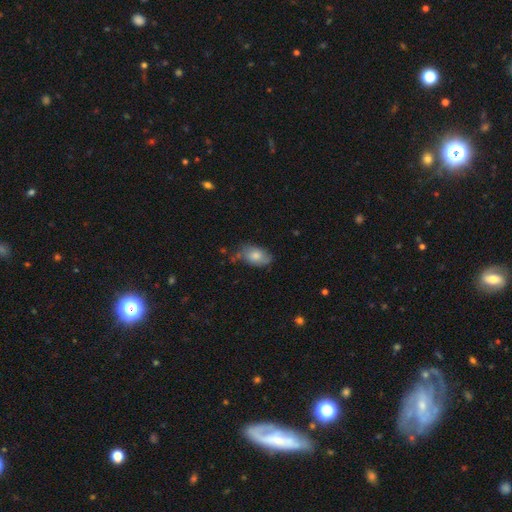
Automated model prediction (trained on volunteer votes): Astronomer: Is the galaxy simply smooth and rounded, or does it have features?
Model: smooth — 71%.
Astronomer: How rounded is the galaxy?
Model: in between — 89%.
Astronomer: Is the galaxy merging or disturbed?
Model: none — 59%.